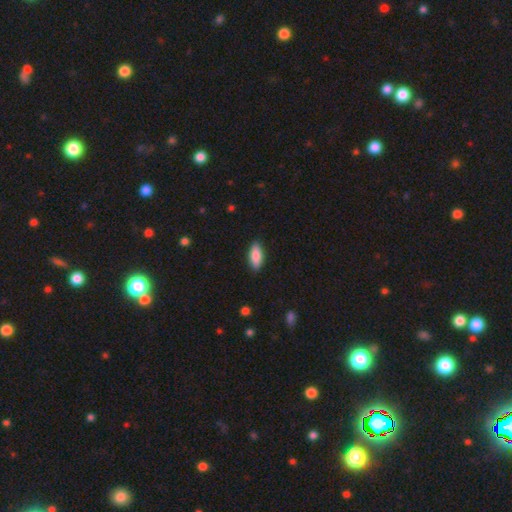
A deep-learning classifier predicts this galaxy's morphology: Smooth or featured?
  - smooth: 86% *
  - featured or disk: 8%
  - star or artifact: 6%
How rounded?
  - in between: 82% *
  - cigar-shaped: 16%
  - round: 2%
Merging?
  - none: 88% *
  - minor disturbance: 9%
  - major disturbance: 2%
  - merger: 1%